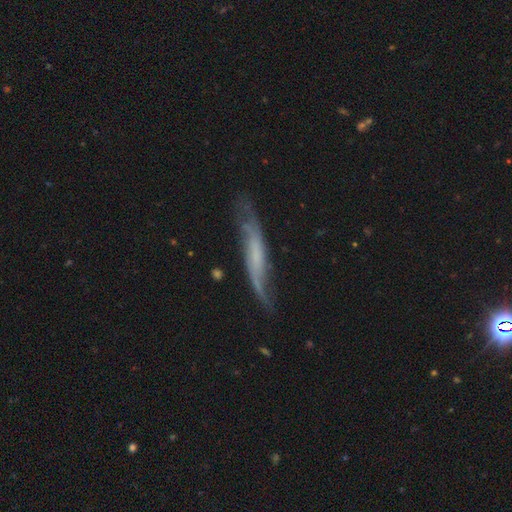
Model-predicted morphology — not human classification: smooth-or-featured: featured or disk: 66% | smooth: 26% | star or artifact: 8%
  disk-edge-on: yes: 52% | no: 48%
  merging: none: 59% | minor disturbance: 27% | major disturbance: 12% | merger: 3%